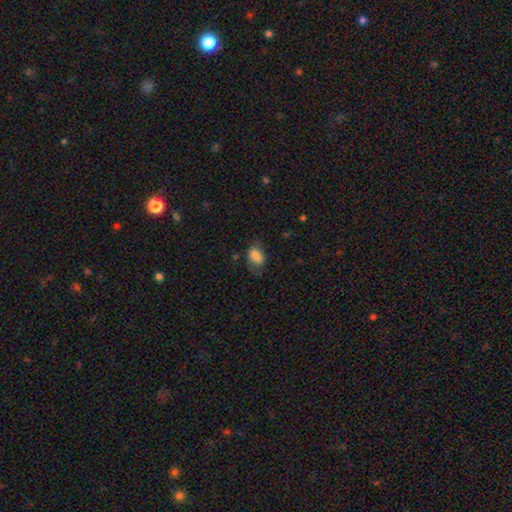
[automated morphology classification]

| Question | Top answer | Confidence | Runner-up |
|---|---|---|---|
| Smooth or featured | smooth | 79% | featured or disk (13%) |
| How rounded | in between | 85% | round (13%) |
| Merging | none | 58% | minor disturbance (28%) |